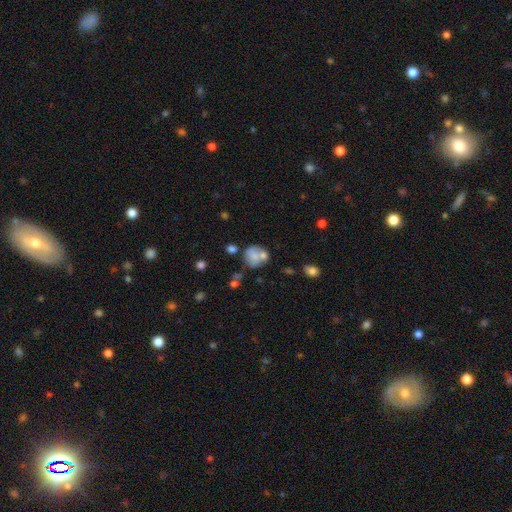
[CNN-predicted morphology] smooth 68%, featured or disk 22%, star or artifact 10%. Down the decision tree: how rounded — round (66%); merging — none (37%).